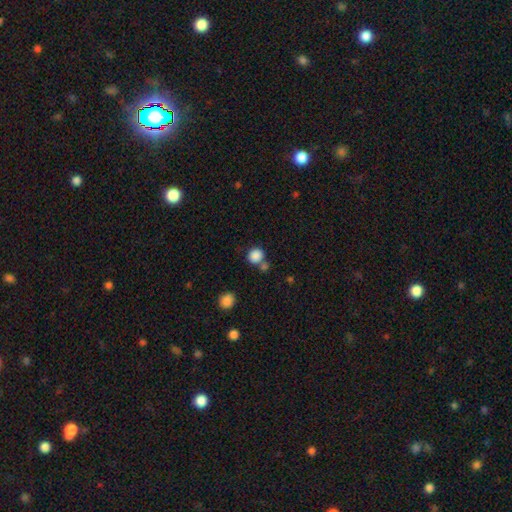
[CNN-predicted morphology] type=smooth (86%); roundness=round (85%); merging=none (64%).